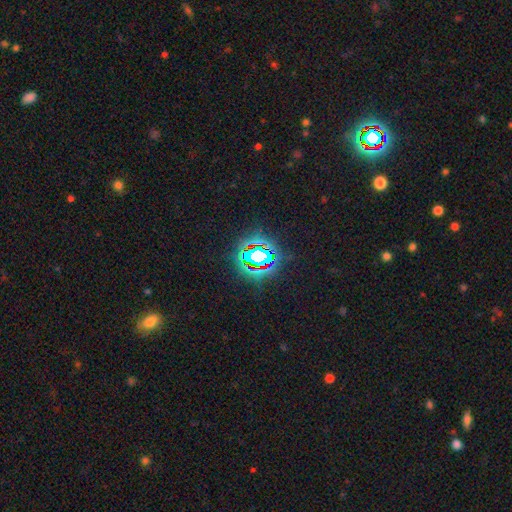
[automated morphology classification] This is likely a star or artifact rather than a galaxy (69%).